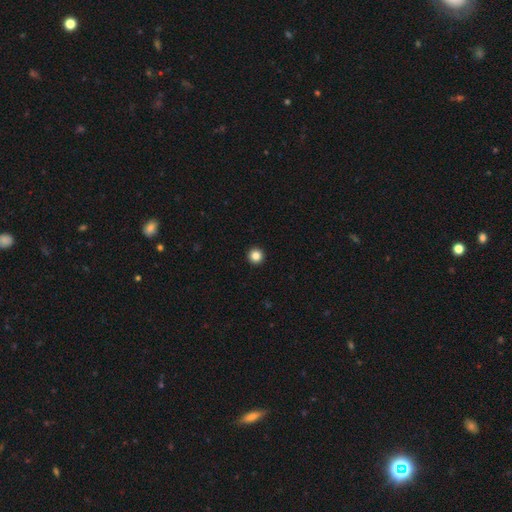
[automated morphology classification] smooth_or_featured: smooth (p=0.85) [alt: star or artifact p=0.11]
how_rounded: round (p=0.97) [alt: in between p=0.02]
merging: none (p=0.95) [alt: minor disturbance p=0.03]